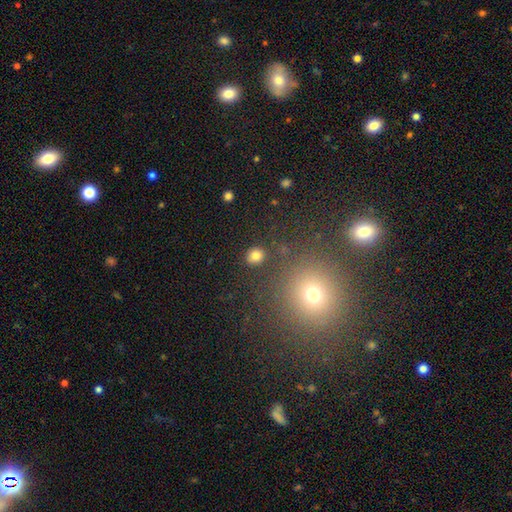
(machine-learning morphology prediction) Smooth or featured? Predicted: smooth (p=0.81). How rounded? Predicted: round (p=0.73). Merging? Predicted: none (p=0.87).